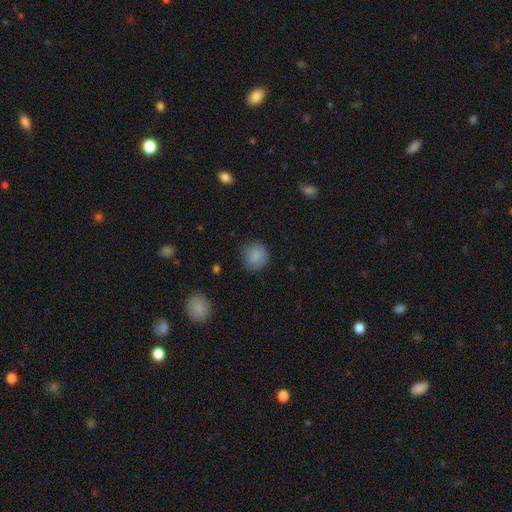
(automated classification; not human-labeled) Smooth or featured? Predicted: smooth (p=0.87). How rounded? Predicted: round (p=0.89). Merging? Predicted: none (p=0.84).